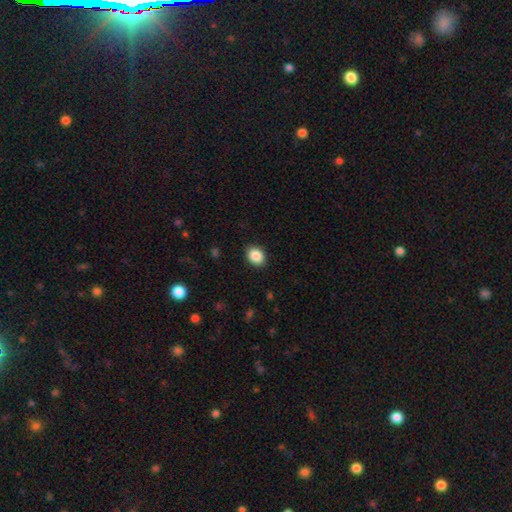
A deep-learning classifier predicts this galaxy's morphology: type=smooth (88%); roundness=in between (60%); merging=none (90%).